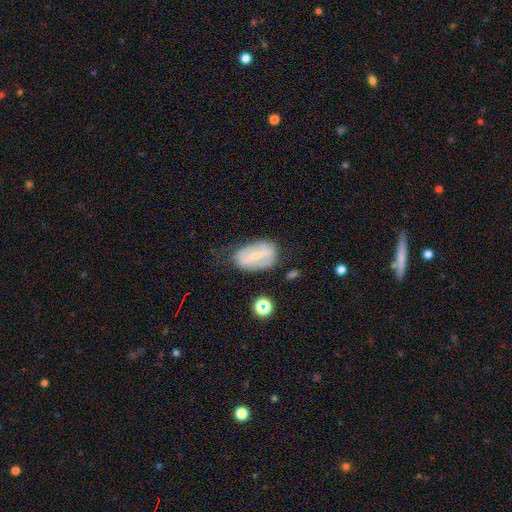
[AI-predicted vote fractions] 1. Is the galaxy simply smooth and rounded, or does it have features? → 50% featured or disk, 41% smooth, 9% star or artifact.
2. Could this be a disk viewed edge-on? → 91% no, 9% yes.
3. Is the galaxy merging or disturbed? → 61% none, 26% minor disturbance, 10% major disturbance, 3% merger.